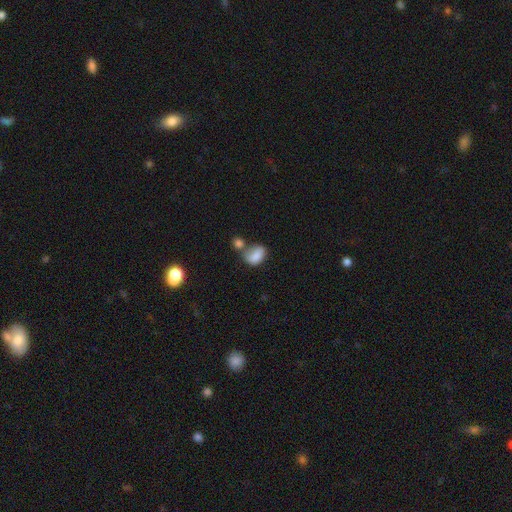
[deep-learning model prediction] Smooth or featured? smooth (80%)
How rounded? in between (80%)
Merging? merger (43%)